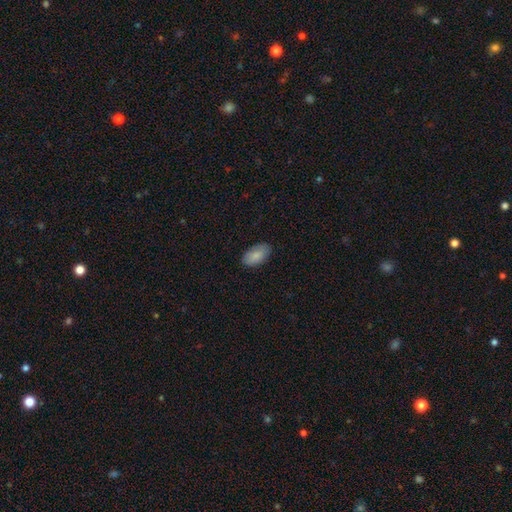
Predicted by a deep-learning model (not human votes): Smooth or featured? Predicted: smooth (p=0.86). How rounded? Predicted: in between (p=0.95). Merging? Predicted: none (p=0.85).